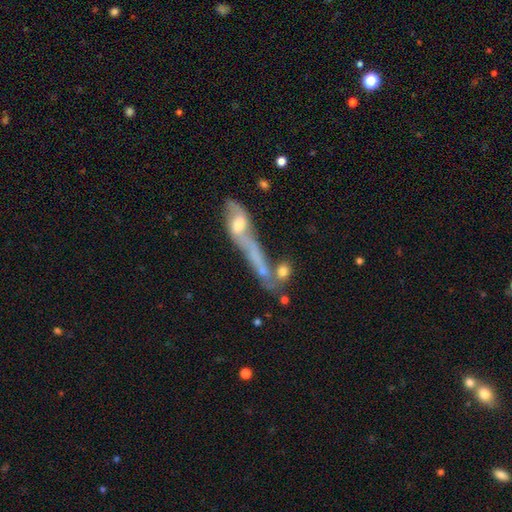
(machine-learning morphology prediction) Smooth or featured? Predicted: smooth (p=0.48). Merging? Predicted: merger (p=0.45).